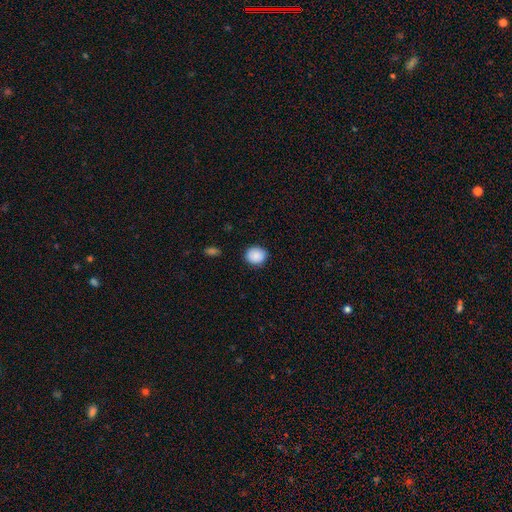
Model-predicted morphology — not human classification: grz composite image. It shows a smooth galaxy with no disk features (89%) that is round (75%). Merging: none (87%).